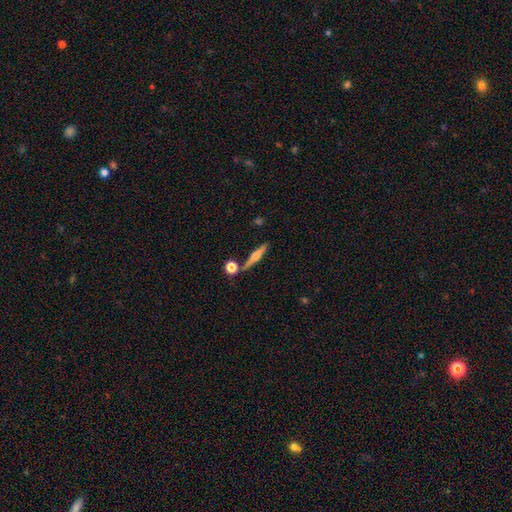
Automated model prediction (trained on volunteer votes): A featured or disk galaxy (66%) viewed edge-on (97%) with a rounded central bulge (90%).

Vote fractions:
- Smooth or featured? featured or disk: 66% / smooth: 27% / star or artifact: 7%
- Edge-on disk? yes: 97% / no: 3%
- Edge-on bulge? rounded: 90% / boxy: 6% / none: 4%
- Merging? none: 80% / minor disturbance: 9% / merger: 8% / major disturbance: 3%